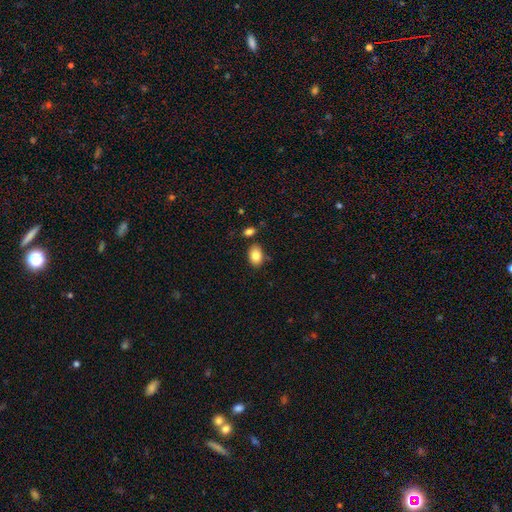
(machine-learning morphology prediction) smooth-or-featured: smooth: 84% | featured or disk: 8% | star or artifact: 8%
  how-rounded: in between: 84% | round: 15% | cigar-shaped: 1%
  merging: none: 81% | minor disturbance: 11% | merger: 6% | major disturbance: 2%